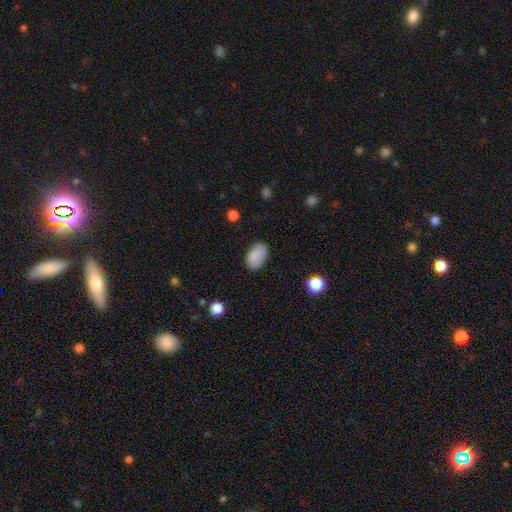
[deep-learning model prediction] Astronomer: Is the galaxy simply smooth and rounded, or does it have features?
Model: smooth — 88%.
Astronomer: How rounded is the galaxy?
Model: in between — 93%.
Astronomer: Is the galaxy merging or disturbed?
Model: none — 82%.